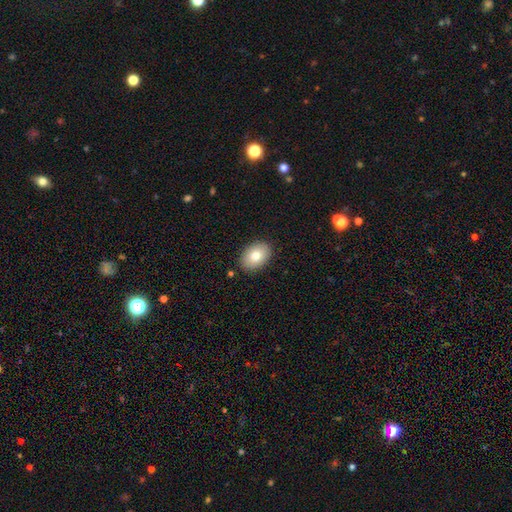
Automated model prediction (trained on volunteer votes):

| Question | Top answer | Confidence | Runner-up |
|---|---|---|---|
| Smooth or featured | smooth | 80% | featured or disk (13%) |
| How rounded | in between | 82% | round (17%) |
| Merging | none | 88% | minor disturbance (8%) |